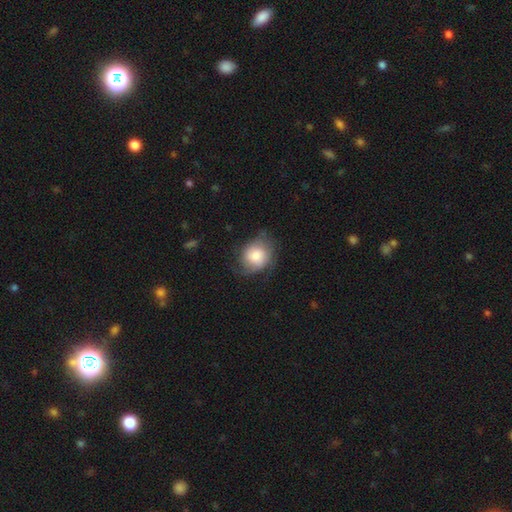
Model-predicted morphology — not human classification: A smooth galaxy with no disk features (71%) that is round (68%). Merging: none (58%).